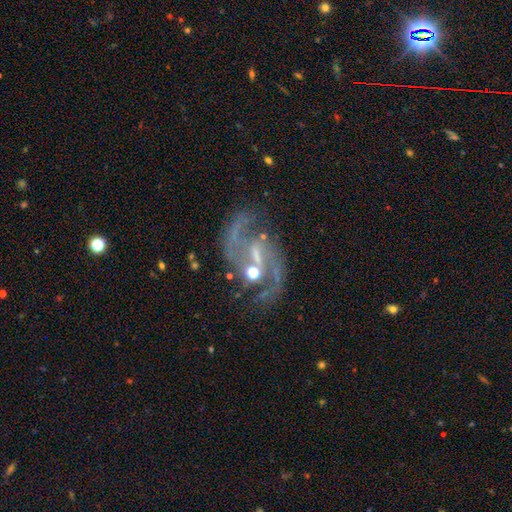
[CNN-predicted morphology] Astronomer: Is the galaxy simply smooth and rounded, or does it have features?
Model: featured or disk — 88%.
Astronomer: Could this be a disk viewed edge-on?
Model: no — 97%.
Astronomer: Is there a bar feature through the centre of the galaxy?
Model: weak — 51% (runner-up: strong, 26%).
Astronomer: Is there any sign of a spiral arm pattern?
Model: yes — 96%.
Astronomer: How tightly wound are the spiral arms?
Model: medium — 50% (runner-up: loose, 38%).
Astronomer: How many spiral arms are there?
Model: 2 — 91%.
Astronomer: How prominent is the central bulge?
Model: small — 50% (runner-up: moderate, 33%).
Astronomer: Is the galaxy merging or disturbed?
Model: none — 61%.